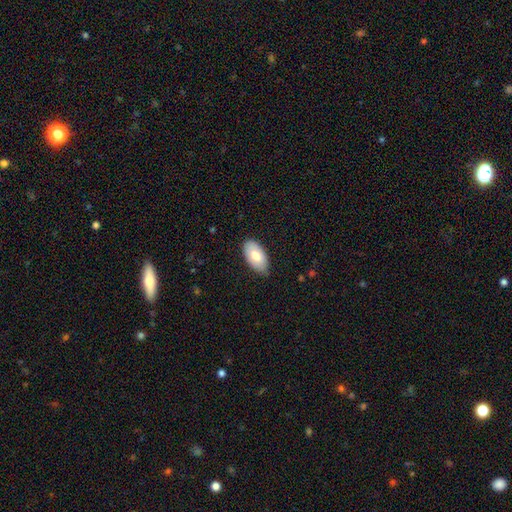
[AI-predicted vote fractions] Smooth or featured? Predicted: smooth (p=0.73). How rounded? Predicted: in between (p=0.95). Merging? Predicted: none (p=0.80).